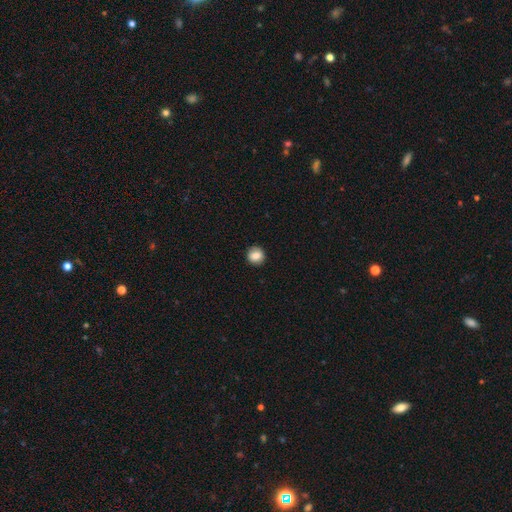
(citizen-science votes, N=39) Smooth or featured? smooth (92%)
How rounded? round (92%)
Merging? none (89%)